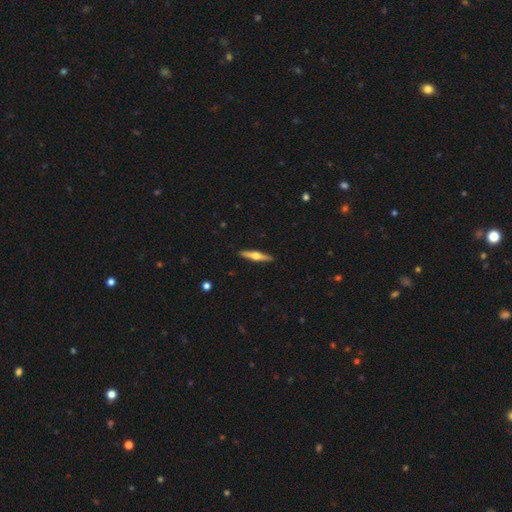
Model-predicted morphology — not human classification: featured or disk 63%, smooth 32%, star or artifact 5%. Down the decision tree: edge-on disk — yes (97%); edge-on bulge — rounded (93%); merging — none (91%).